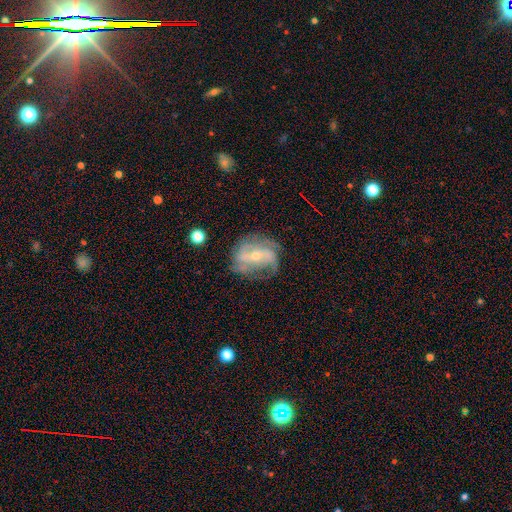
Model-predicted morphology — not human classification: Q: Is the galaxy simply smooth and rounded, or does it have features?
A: featured or disk — 82%.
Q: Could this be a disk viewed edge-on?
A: no — 96%.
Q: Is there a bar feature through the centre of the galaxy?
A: weak — 37%.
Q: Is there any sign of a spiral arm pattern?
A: yes — 90%.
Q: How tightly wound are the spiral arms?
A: medium — 42%.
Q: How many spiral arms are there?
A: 2 — 46%.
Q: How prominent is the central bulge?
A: small — 60%.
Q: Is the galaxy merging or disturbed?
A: none — 62%.